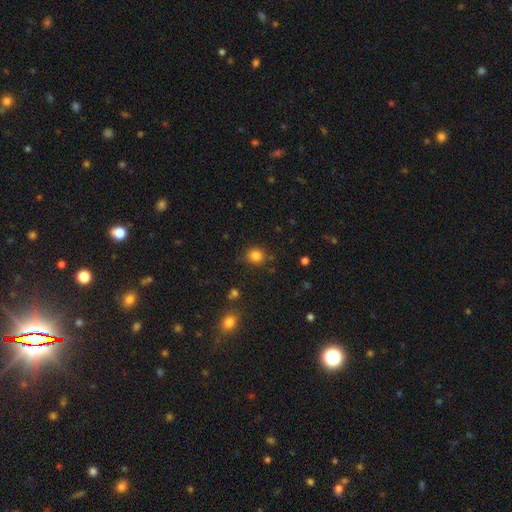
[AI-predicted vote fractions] smooth-or-featured: smooth: 83% | star or artifact: 12% | featured or disk: 5%
  how-rounded: round: 81% | in between: 18% | cigar-shaped: 1%
  merging: none: 84% | minor disturbance: 11% | major disturbance: 3% | merger: 2%